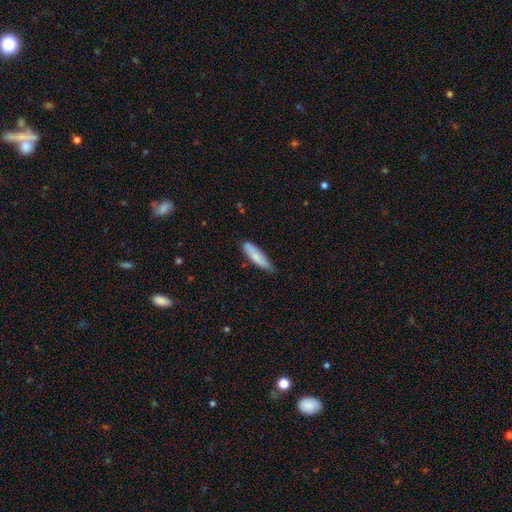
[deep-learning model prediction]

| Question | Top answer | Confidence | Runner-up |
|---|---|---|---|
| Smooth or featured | smooth | 76% | featured or disk (18%) |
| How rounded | cigar-shaped | 63% | in between (35%) |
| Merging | none | 67% | minor disturbance (28%) |